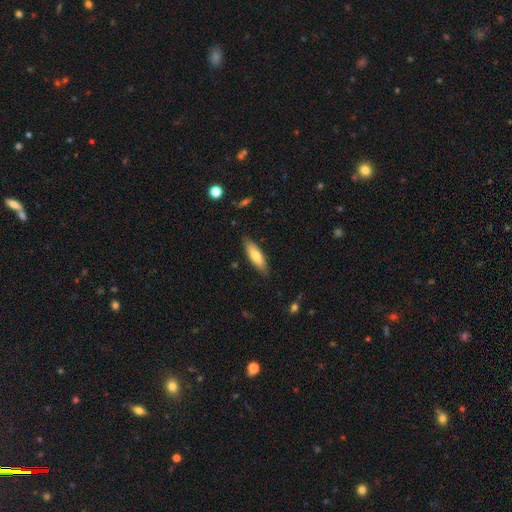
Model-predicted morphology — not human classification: This is likely a smooth galaxy (74%). How rounded: possibly cigar-shaped (52%). Merging: clearly none (84%).